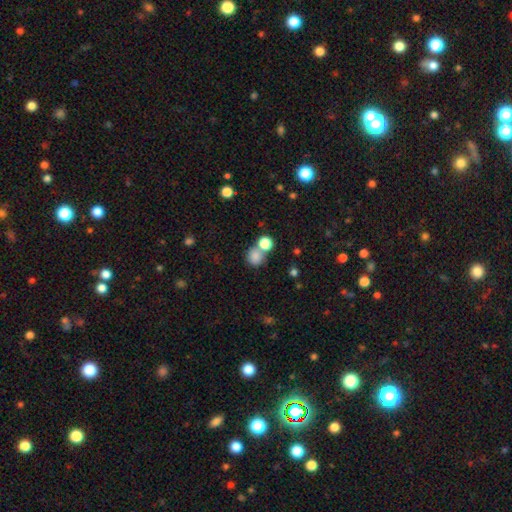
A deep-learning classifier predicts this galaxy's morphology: Overall: smooth (81%). How rounded: round (84%). Merging: none (53%; merger 33%).